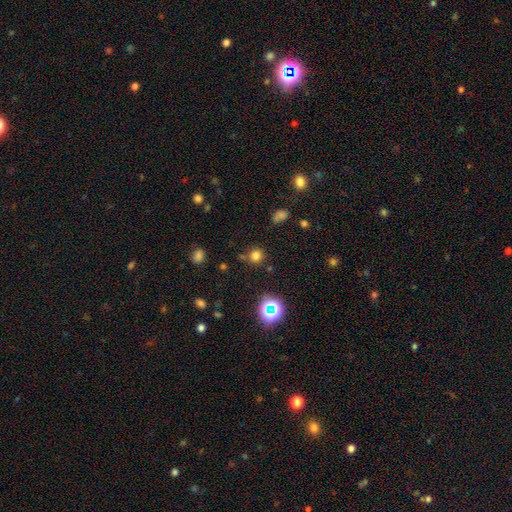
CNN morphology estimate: smooth_or_featured: smooth (p=0.73) [alt: star or artifact p=0.21]
how_rounded: round (p=0.91) [alt: in between p=0.08]
merging: none (p=0.81) [alt: minor disturbance p=0.09]